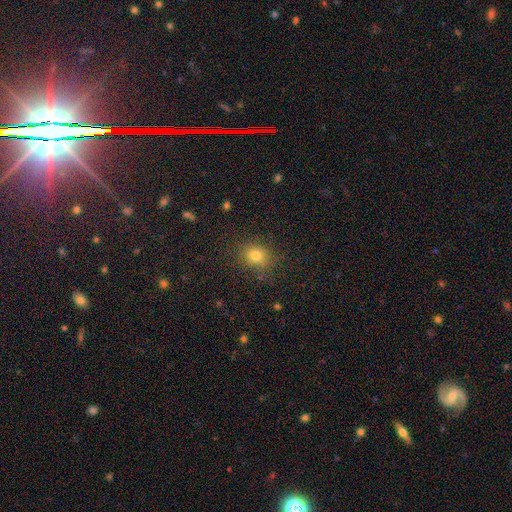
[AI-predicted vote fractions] A smooth galaxy with no disk features (78%) that is round (65%).

Vote fractions:
- Smooth or featured? smooth: 78% / star or artifact: 14% / featured or disk: 7%
- How rounded? round: 65% / in between: 34% / cigar-shaped: 1%
- Merging? none: 84% / minor disturbance: 11% / major disturbance: 4% / merger: 1%